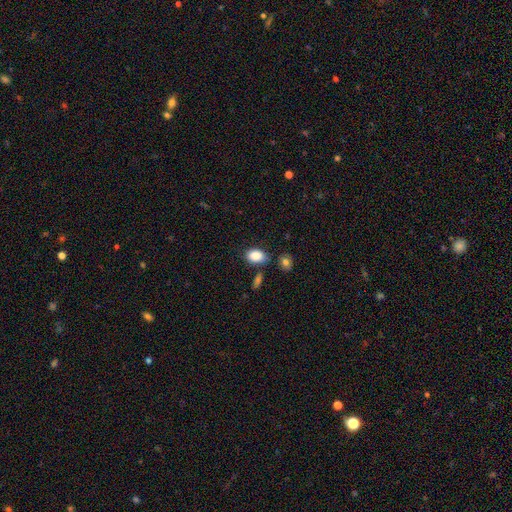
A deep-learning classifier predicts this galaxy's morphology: Q: Smooth or featured?
A: smooth (87%); runner-up: star or artifact (8%)
Q: How rounded?
A: in between (86%); runner-up: round (13%)
Q: Merging?
A: none (72%); runner-up: minor disturbance (16%)